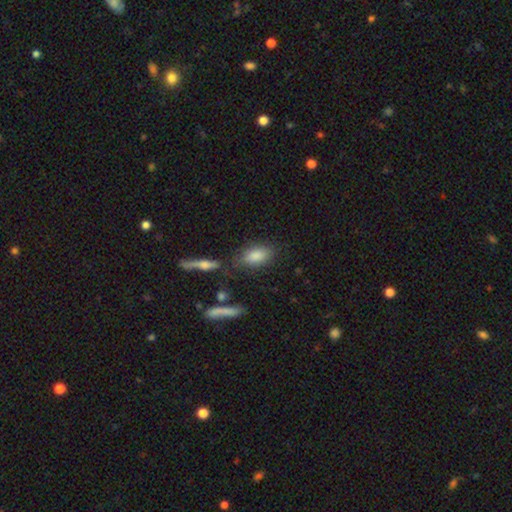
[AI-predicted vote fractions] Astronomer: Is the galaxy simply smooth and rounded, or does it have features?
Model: smooth — 81%.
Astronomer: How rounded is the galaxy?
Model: in between — 85%.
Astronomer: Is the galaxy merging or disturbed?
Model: none — 73%.